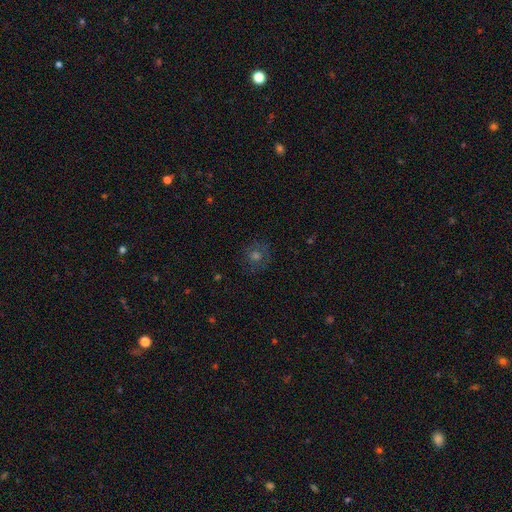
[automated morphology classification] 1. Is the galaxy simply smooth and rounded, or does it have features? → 47% smooth, 28% star or artifact, 25% featured or disk.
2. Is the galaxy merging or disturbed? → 82% none, 11% minor disturbance, 5% major disturbance, 1% merger.